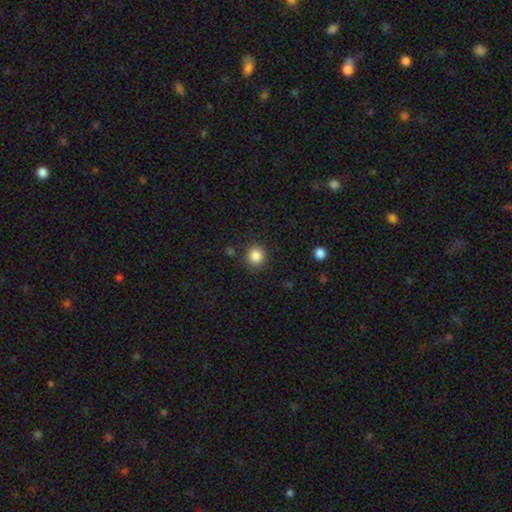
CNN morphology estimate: A smooth galaxy with no disk features (86%) that is round (91%). Merging: none (87%).